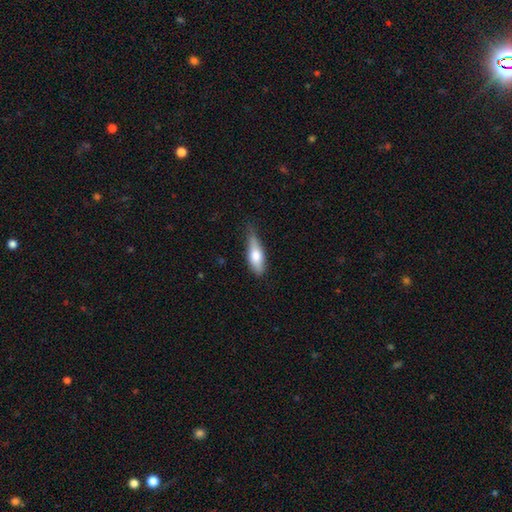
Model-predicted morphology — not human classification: Smooth or featured? smooth (70%)
How rounded? in between (62%)
Merging? none (51%)